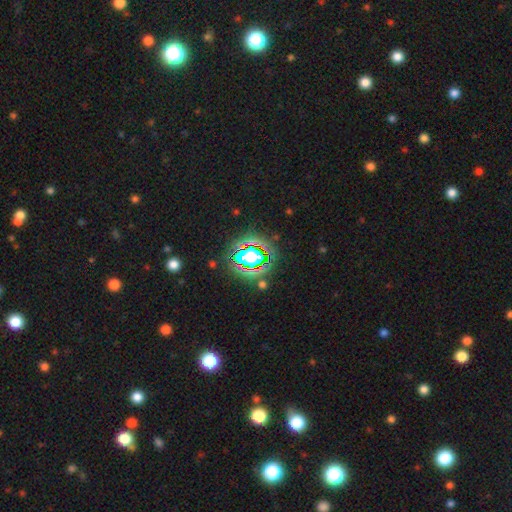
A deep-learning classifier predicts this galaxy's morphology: This appears to be a star or artifact, not a galaxy (74%).